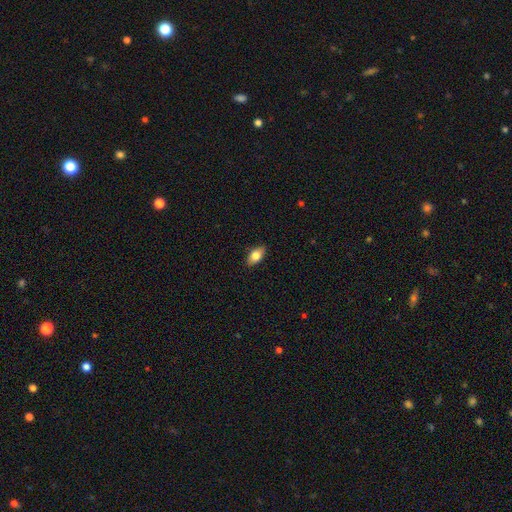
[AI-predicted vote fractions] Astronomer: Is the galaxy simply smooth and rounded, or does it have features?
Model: smooth — 79%.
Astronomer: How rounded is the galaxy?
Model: in between — 89%.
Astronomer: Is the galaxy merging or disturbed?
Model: none — 87%.